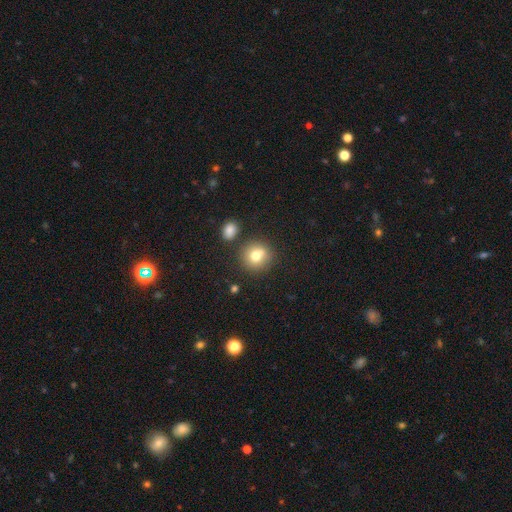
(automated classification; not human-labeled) A smooth galaxy with no disk features (75%) that is round (89%). Merging: none (73%).